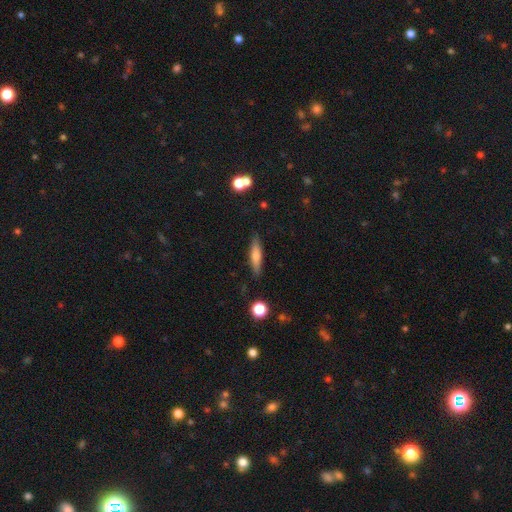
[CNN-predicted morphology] A smooth galaxy with no disk features (66%) that is cigar-shaped (78%).

Vote fractions:
- Smooth or featured? smooth: 66% / featured or disk: 28% / star or artifact: 7%
- How rounded? cigar-shaped: 78% / in between: 20% / round: 2%
- Merging? none: 86% / minor disturbance: 11% / major disturbance: 2% / merger: 2%